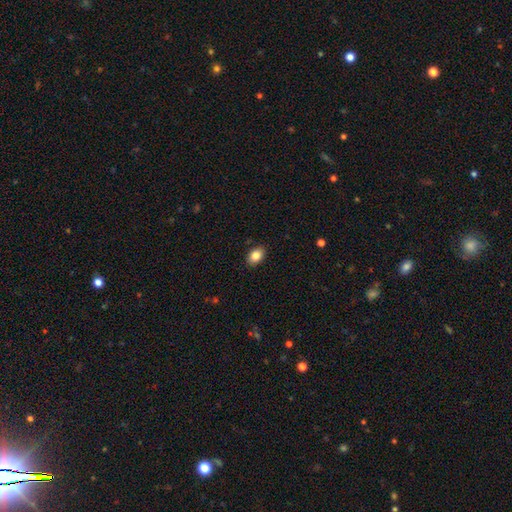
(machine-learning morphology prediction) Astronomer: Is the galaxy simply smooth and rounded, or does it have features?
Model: smooth — 85%.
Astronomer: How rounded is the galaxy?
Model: in between — 86%.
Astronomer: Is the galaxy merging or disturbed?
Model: none — 88%.